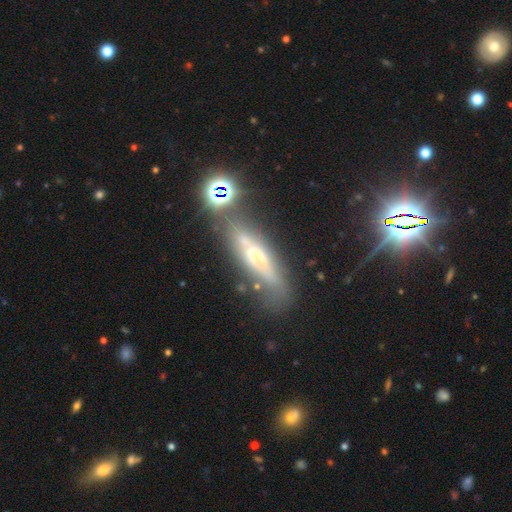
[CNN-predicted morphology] featured or disk 51%, smooth 31%, star or artifact 18%. Down the decision tree: edge-on disk — yes (61%); merging — none (53%).